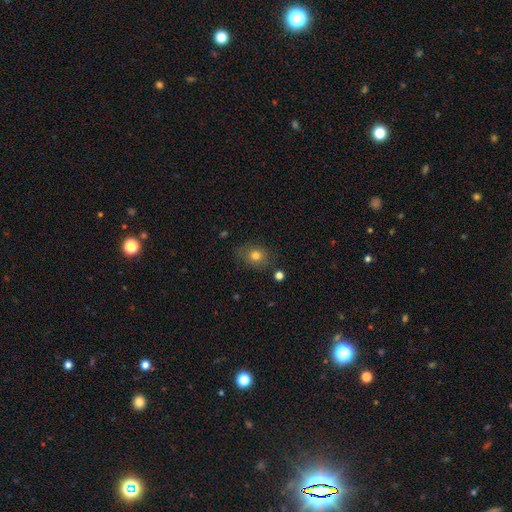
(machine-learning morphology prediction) Smooth or featured?
  - smooth: 77% *
  - star or artifact: 12%
  - featured or disk: 11%
How rounded?
  - round: 54% *
  - in between: 44%
  - cigar-shaped: 1%
Merging?
  - none: 77% *
  - minor disturbance: 16%
  - major disturbance: 4%
  - merger: 2%